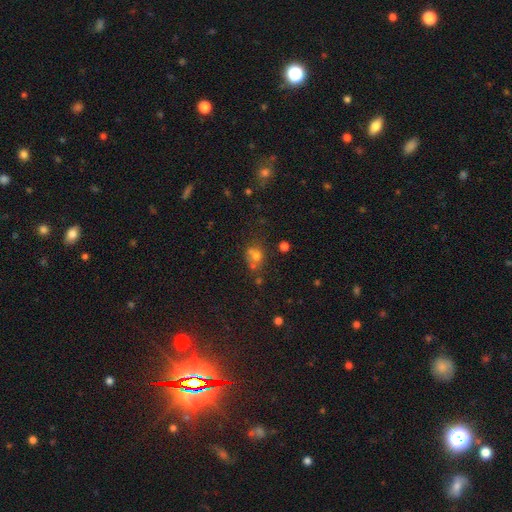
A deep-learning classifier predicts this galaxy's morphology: Overall: smooth (64%). How rounded: round (64%; in between 35%). Merging: none (43%; merger 31%).